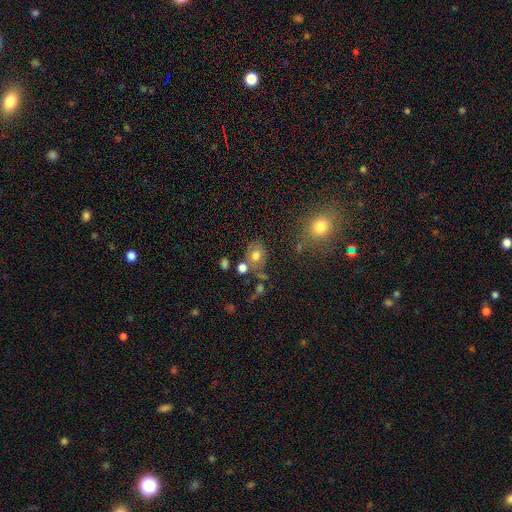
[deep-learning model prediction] A smooth galaxy with no disk features (69%) that is in between round and cigar-shaped (51%).

Vote fractions:
- Smooth or featured? smooth: 69% / featured or disk: 17% / star or artifact: 14%
- How rounded? in between: 51% / round: 48% / cigar-shaped: 1%
- Merging? none: 61% / minor disturbance: 17% / merger: 14% / major disturbance: 8%